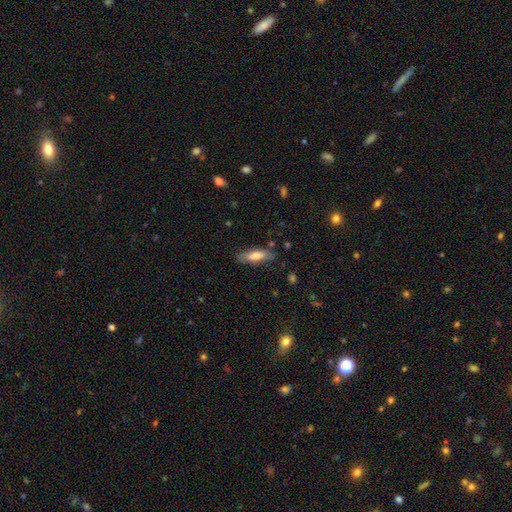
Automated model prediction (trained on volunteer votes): Morphology: type=smooth (69%); roundness=cigar-shaped (50%); merging=none (79%).